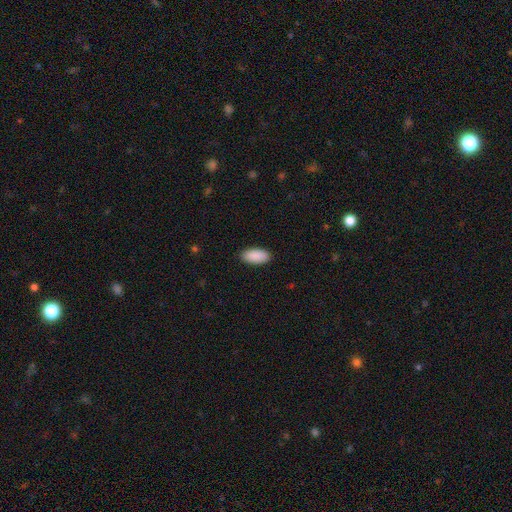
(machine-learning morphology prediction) Q: Smooth or featured?
A: smooth (91%); runner-up: star or artifact (6%)
Q: How rounded?
A: in between (93%); runner-up: cigar-shaped (5%)
Q: Merging?
A: none (90%); runner-up: minor disturbance (8%)